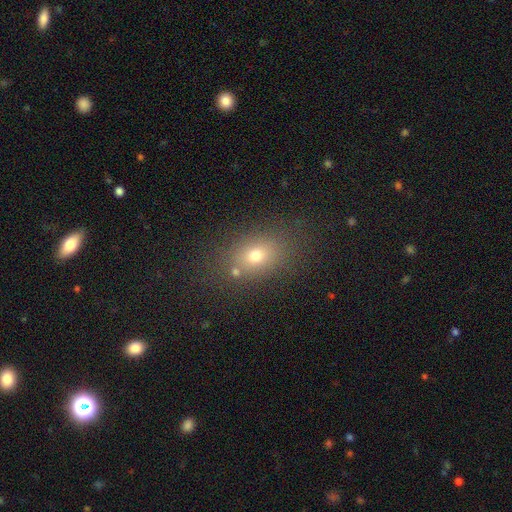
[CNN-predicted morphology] smooth-or-featured: smooth: 71% | star or artifact: 16% | featured or disk: 13%
  how-rounded: in between: 68% | round: 30% | cigar-shaped: 2%
  merging: none: 74% | minor disturbance: 13% | merger: 8% | major disturbance: 6%